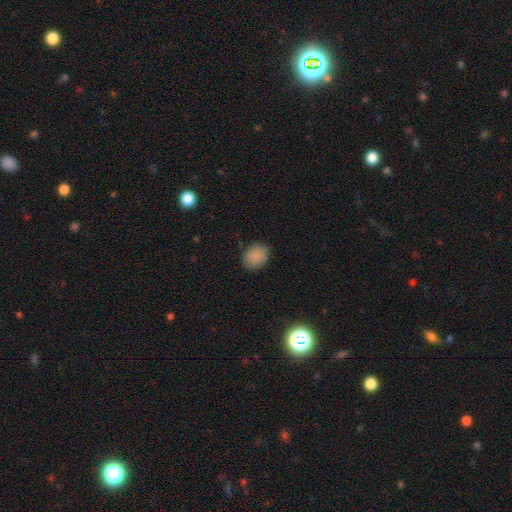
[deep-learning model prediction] Smooth or featured: smooth — 87% (star or artifact — 8%)
How rounded: in between — 53% (round — 46%)
Merging: none — 85% (minor disturbance — 11%)